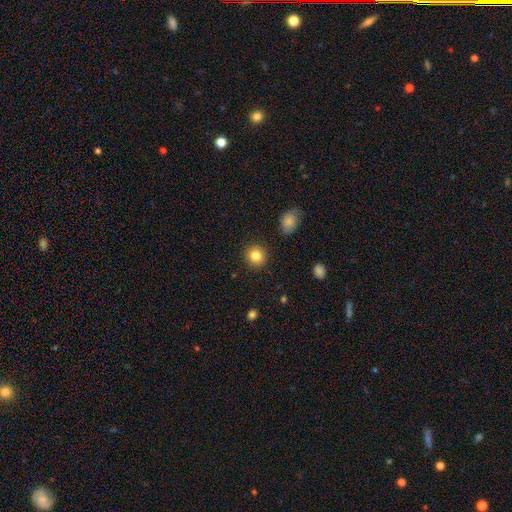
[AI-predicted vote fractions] Q: Smooth or featured?
A: smooth (84%); runner-up: star or artifact (10%)
Q: How rounded?
A: round (90%); runner-up: in between (9%)
Q: Merging?
A: none (91%); runner-up: minor disturbance (6%)